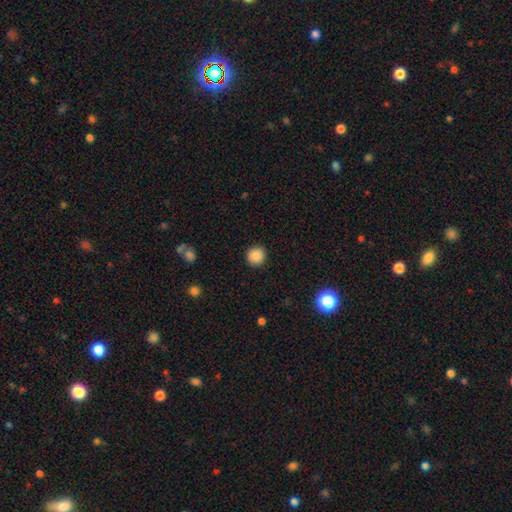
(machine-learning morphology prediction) The model was most divided on "smooth or featured": smooth: 87%, star or artifact: 9%, featured or disk: 3%. More confident: how rounded — round (94%); merging — none (92%).